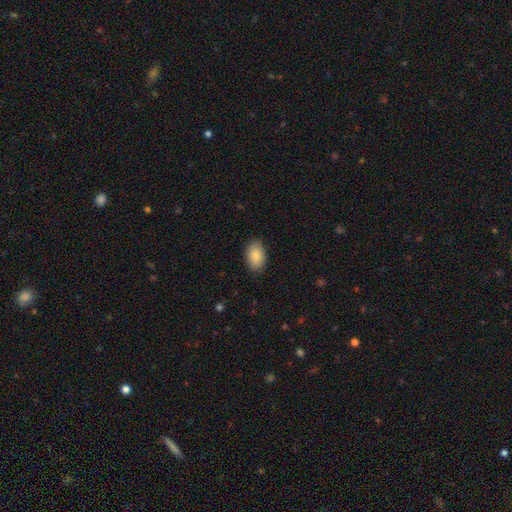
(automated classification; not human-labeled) Smooth or featured?
  - smooth: 86% *
  - featured or disk: 7%
  - star or artifact: 7%
How rounded?
  - in between: 89% *
  - round: 10%
  - cigar-shaped: 1%
Merging?
  - none: 87% *
  - minor disturbance: 10%
  - major disturbance: 2%
  - merger: 1%